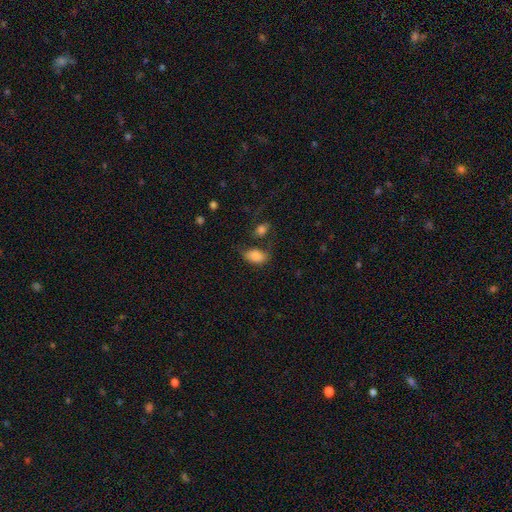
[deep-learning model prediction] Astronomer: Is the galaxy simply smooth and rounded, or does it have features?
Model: smooth — 85%.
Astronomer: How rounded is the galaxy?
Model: in between — 92%.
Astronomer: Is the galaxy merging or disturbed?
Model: none — 49% (runner-up: minor disturbance, 25%).